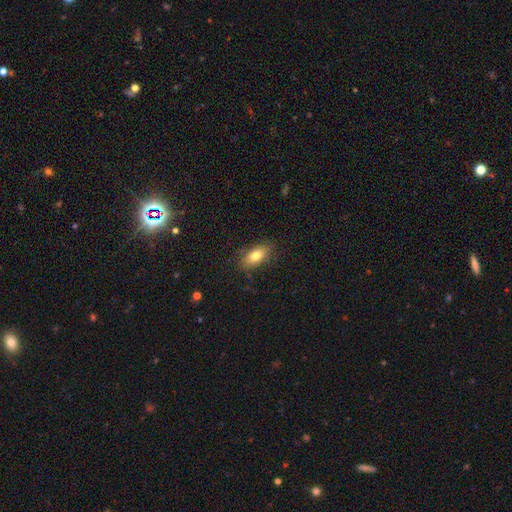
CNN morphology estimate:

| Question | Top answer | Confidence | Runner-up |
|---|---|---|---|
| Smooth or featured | smooth | 78% | featured or disk (14%) |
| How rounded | in between | 86% | cigar-shaped (10%) |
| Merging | none | 83% | minor disturbance (13%) |